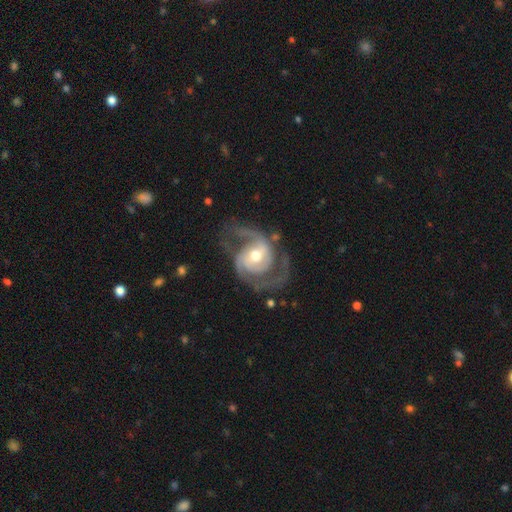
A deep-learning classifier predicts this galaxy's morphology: Overall: featured or disk (91%). Edge-on disk: no (98%). Bar: no (47%; weak 38%). Spiral arms: yes (97%). Spiral arm count: 2 (72%). Spiral winding: medium (53%; tight 31%). Bulge size: moderate (69%). Merging: none (63%).